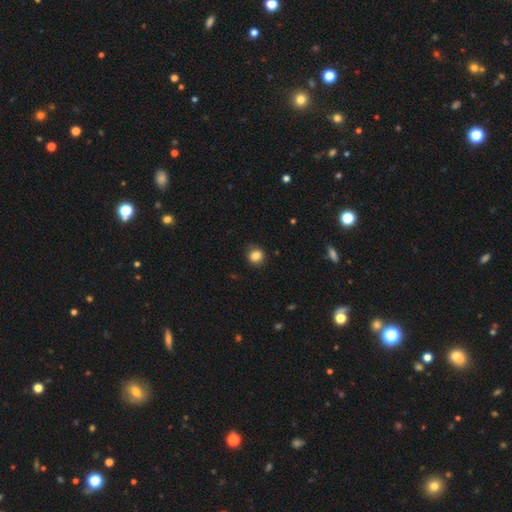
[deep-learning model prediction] Morphology: type=smooth (84%); roundness=round (81%); merging=none (85%).